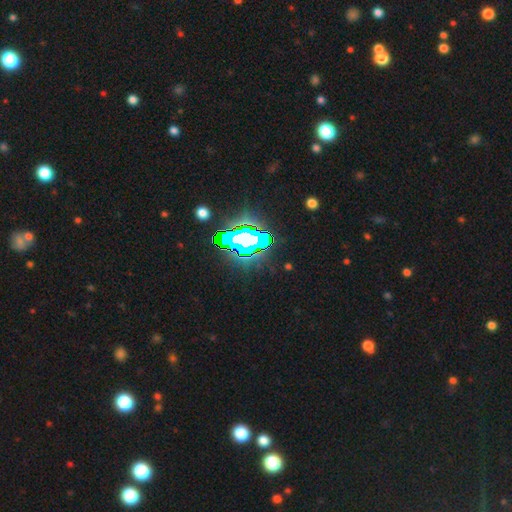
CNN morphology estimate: type=star or artifact (81%).